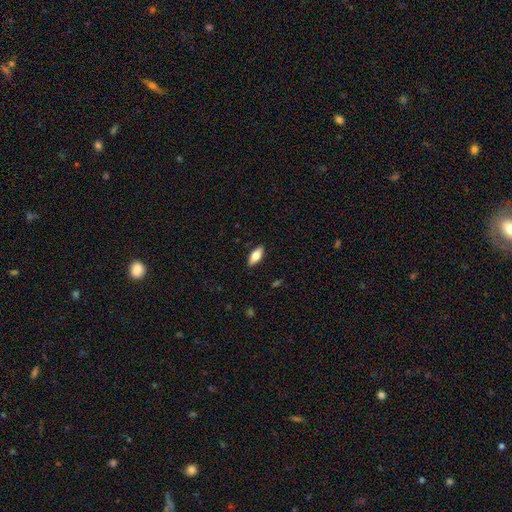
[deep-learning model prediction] This appears to be a smooth galaxy with no disk features (71%) that is in between round and cigar-shaped (80%). Merging: none (89%).